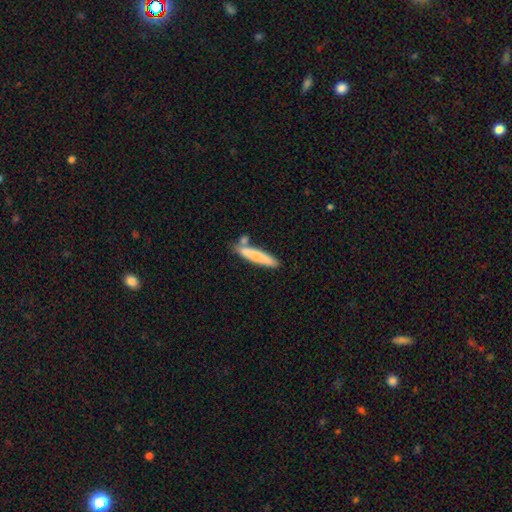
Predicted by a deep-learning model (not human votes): A smooth galaxy with no disk features (75%) that is cigar-shaped (91%). Merging: none (68%).